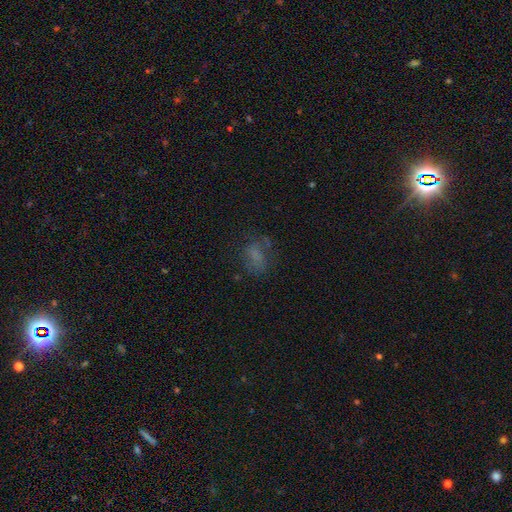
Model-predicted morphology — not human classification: The model was most divided on "merging": none: 55%, minor disturbance: 21%, major disturbance: 20%, merger: 4%. More confident: how rounded — in between (73%); smooth or featured — smooth (58%).